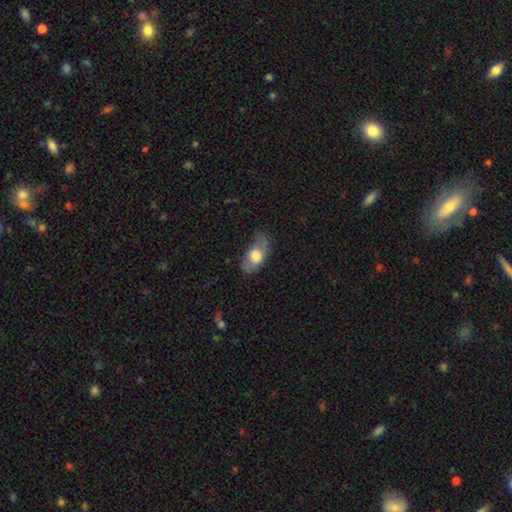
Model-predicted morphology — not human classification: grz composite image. It shows a smooth galaxy with no disk features (70%) that is in between round and cigar-shaped (87%). Merging: none (58%).